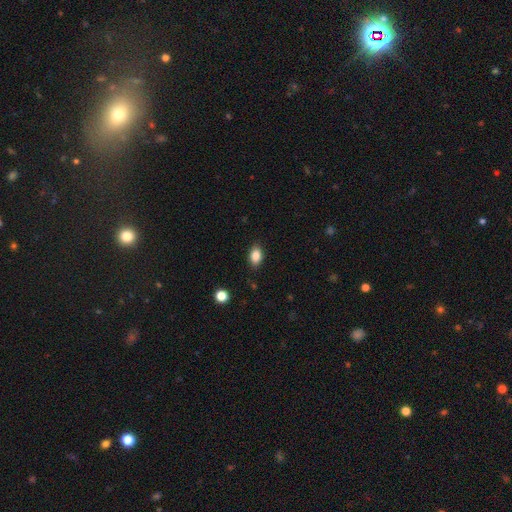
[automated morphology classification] This is clearly a smooth galaxy (86%). How rounded: clearly in between (86%). Merging: clearly none (86%).